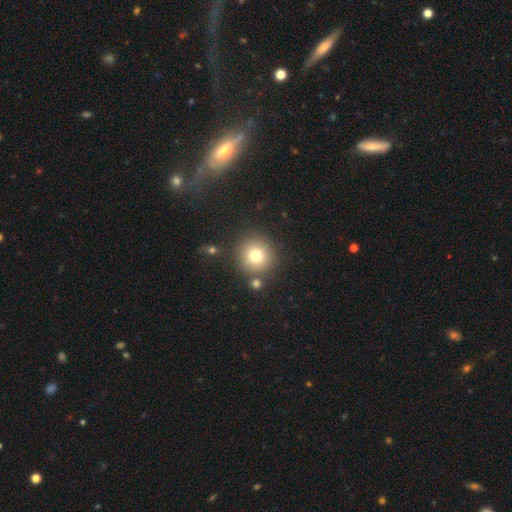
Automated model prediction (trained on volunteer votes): This appears to be a smooth galaxy with no disk features (77%) that is round (94%). Merging: none (82%).